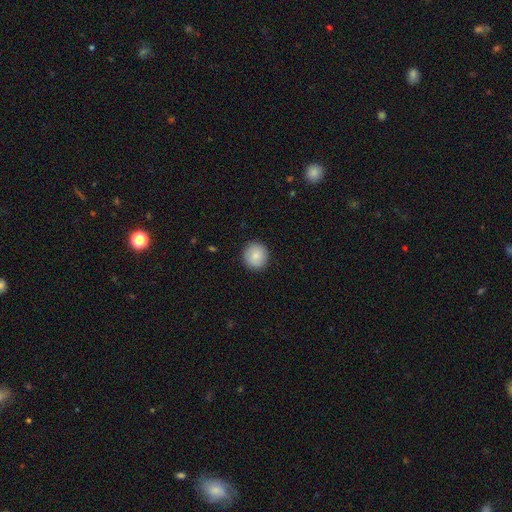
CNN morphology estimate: smooth_or_featured: smooth (p=0.86) [alt: star or artifact p=0.07]
how_rounded: round (p=0.92) [alt: in between p=0.07]
merging: none (p=0.91) [alt: minor disturbance p=0.06]